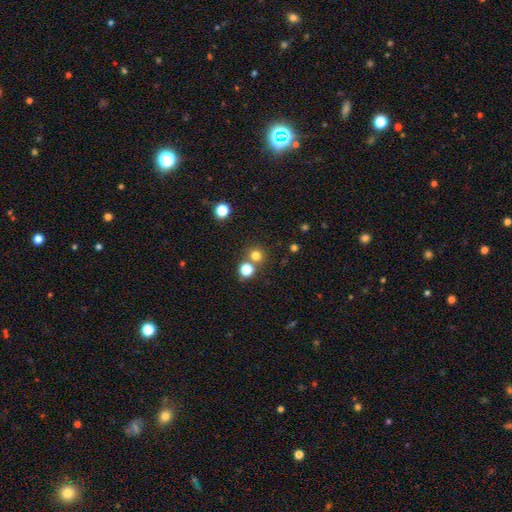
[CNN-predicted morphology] Smooth or featured? Predicted: smooth (p=0.76). How rounded? Predicted: round (p=0.91). Merging? Predicted: none (p=0.67).